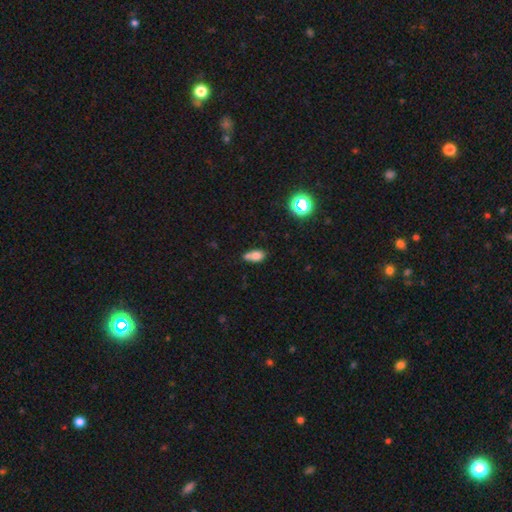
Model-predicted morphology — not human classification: This is likely a smooth galaxy (74%). How rounded: likely in between (79%). Merging: marginally none (37%).